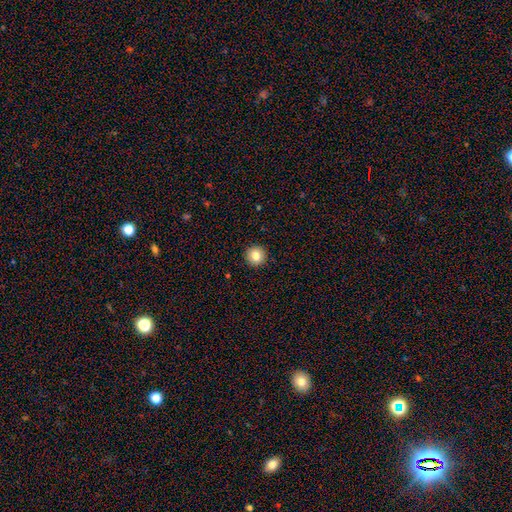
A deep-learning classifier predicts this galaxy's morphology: Overall: smooth (83%). How rounded: round (95%). Merging: none (93%).